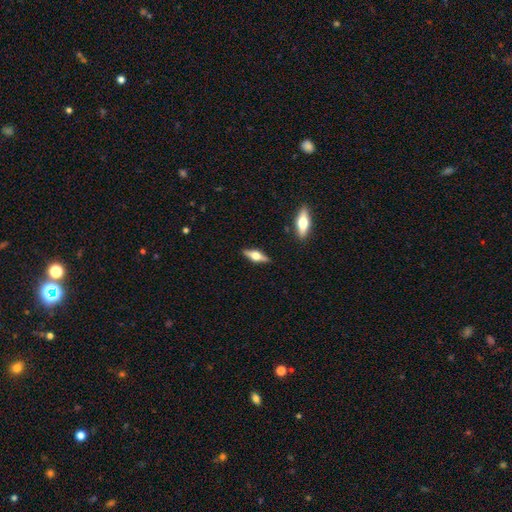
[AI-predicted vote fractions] Smooth or featured? featured or disk (67%)
Edge-on disk? yes (96%)
Edge-on bulge? rounded (94%)
Merging? none (89%)